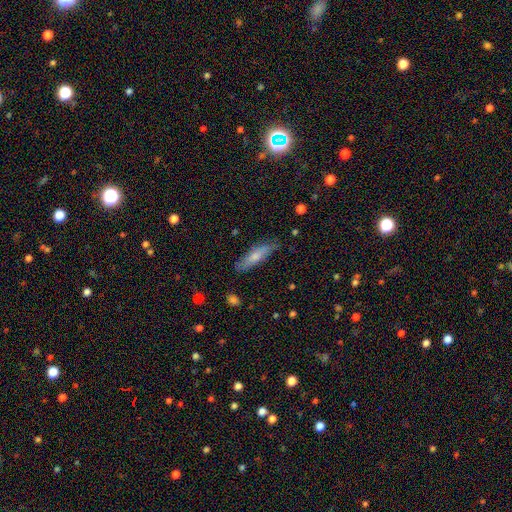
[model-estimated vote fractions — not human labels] A smooth galaxy with no disk features (65%) that is cigar-shaped (66%). Merging: none (77%).